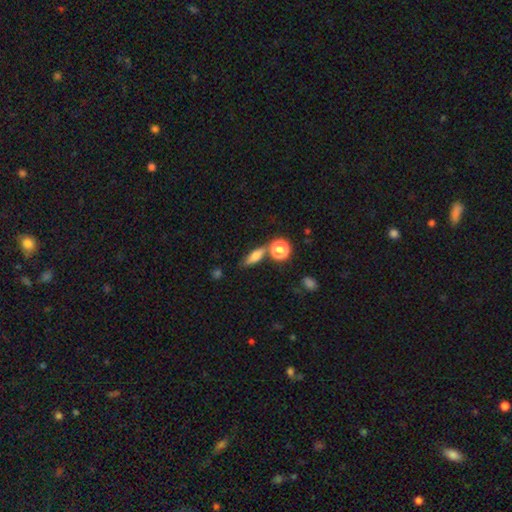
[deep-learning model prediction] smooth-or-featured: smooth: 65% | featured or disk: 23% | star or artifact: 11%
  how-rounded: in between: 46% | cigar-shaped: 39% | round: 15%
  merging: none: 67% | merger: 16% | minor disturbance: 13% | major disturbance: 5%